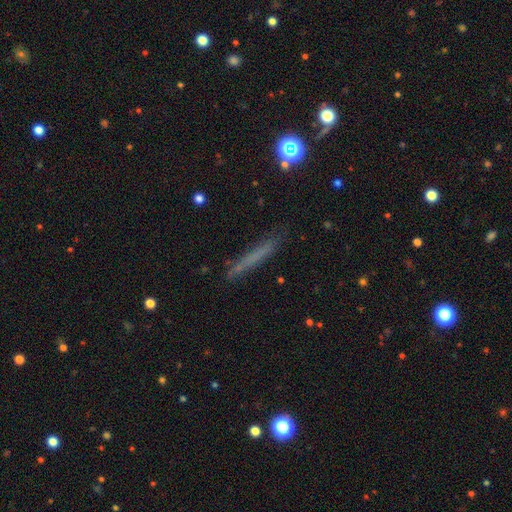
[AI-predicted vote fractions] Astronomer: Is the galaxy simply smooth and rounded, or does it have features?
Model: smooth — 60%.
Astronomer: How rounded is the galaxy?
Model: cigar-shaped — 95%.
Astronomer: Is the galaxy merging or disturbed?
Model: none — 82%.